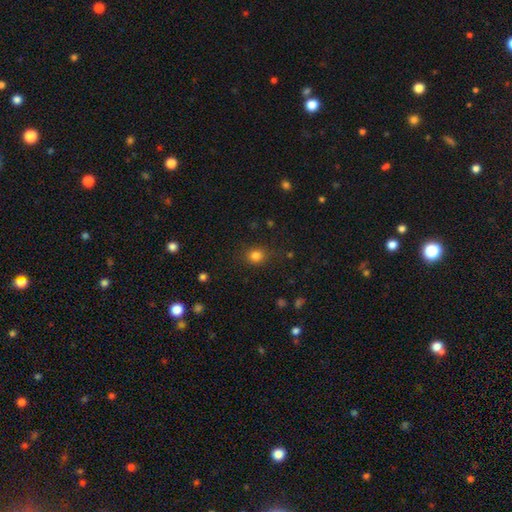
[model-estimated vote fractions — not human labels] Smooth or featured: smooth — 81% (star or artifact — 13%)
How rounded: round — 76% (in between — 23%)
Merging: none — 83% (minor disturbance — 11%)